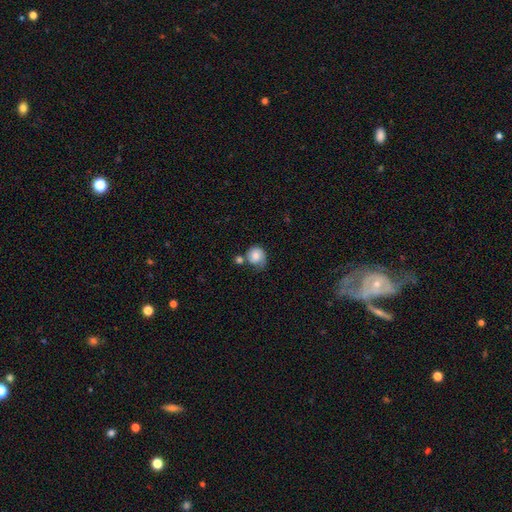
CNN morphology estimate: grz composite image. It shows a smooth galaxy with no disk features (70%) that is round (77%). Merging: none (39%).